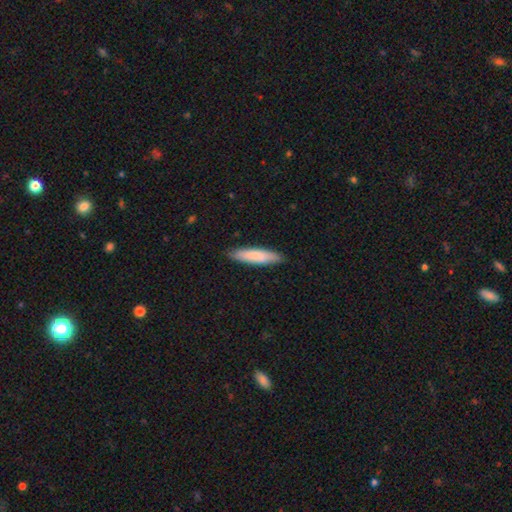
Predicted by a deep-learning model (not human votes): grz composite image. It shows a smooth galaxy with no disk features (81%) that is cigar-shaped (78%). Merging: none (89%).